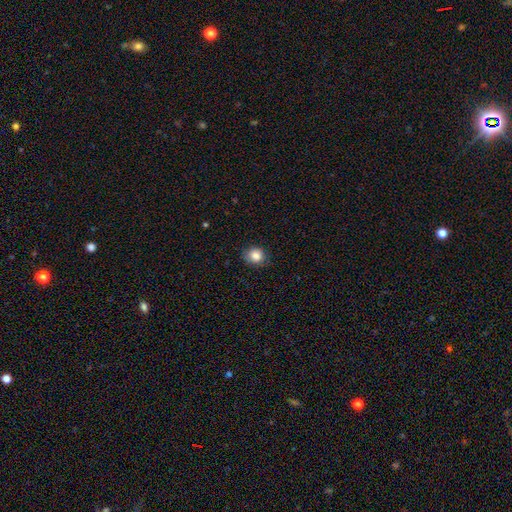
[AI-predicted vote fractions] Smooth or featured? Predicted: smooth (p=0.85). How rounded? Predicted: round (p=0.75). Merging? Predicted: none (p=0.83).